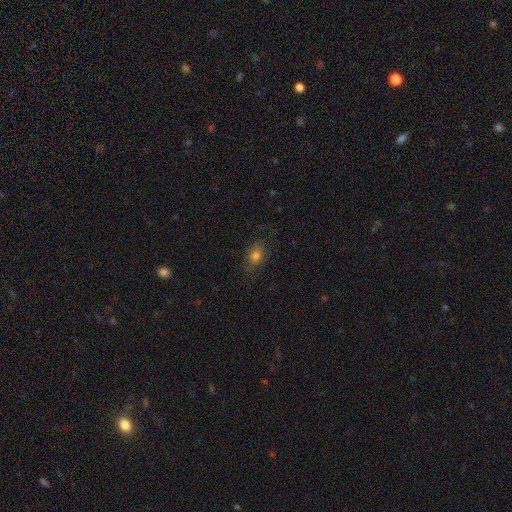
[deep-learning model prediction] Smooth or featured? smooth (78%)
How rounded? in between (72%)
Merging? none (77%)